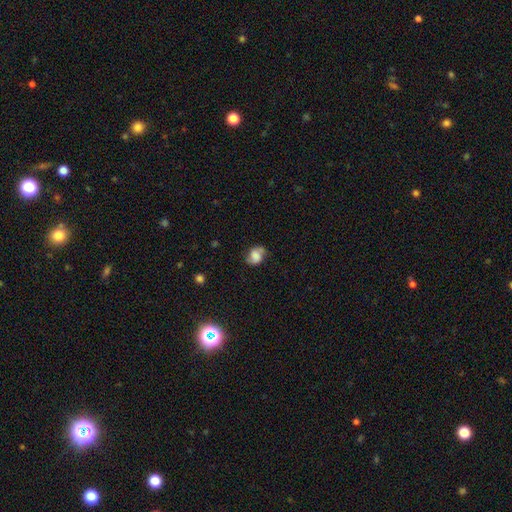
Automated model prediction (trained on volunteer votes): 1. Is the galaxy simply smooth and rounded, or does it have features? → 52% smooth, 37% featured or disk, 11% star or artifact.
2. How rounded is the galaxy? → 52% in between, 46% round, 1% cigar-shaped.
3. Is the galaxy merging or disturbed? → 63% none, 25% minor disturbance, 9% major disturbance, 3% merger.